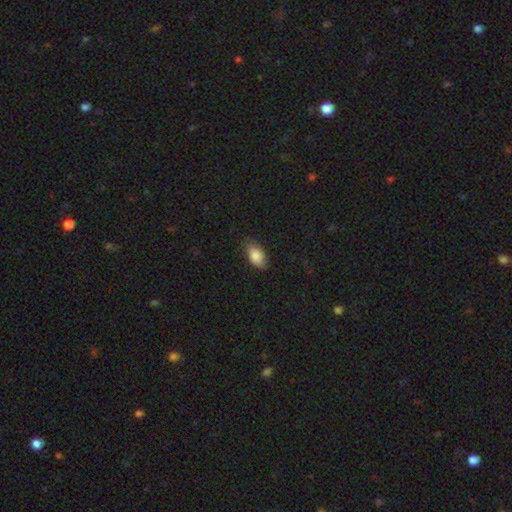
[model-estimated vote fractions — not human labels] The model was most divided on "merging": none: 79%, minor disturbance: 16%, major disturbance: 3%, merger: 1%. More confident: how rounded — in between (92%); smooth or featured — smooth (85%).